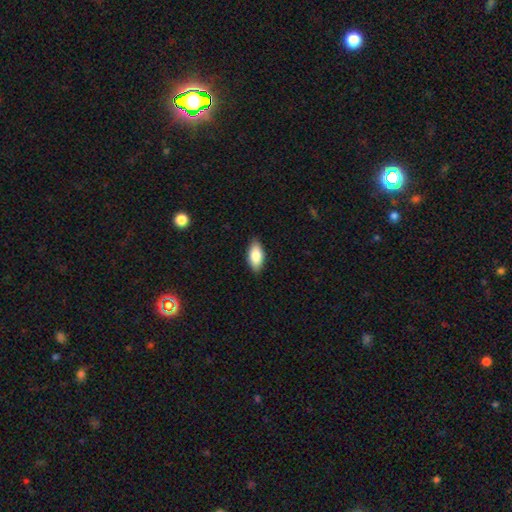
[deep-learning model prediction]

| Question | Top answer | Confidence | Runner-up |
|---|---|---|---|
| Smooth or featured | smooth | 83% | featured or disk (10%) |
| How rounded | in between | 91% | cigar-shaped (7%) |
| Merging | none | 87% | minor disturbance (10%) |